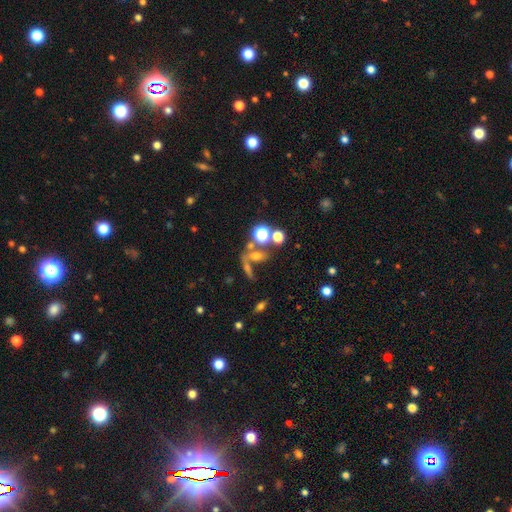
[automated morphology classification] Smooth or featured? Predicted: smooth (p=0.51). How rounded? Predicted: in between (p=0.46). Merging? Predicted: none (p=0.40).